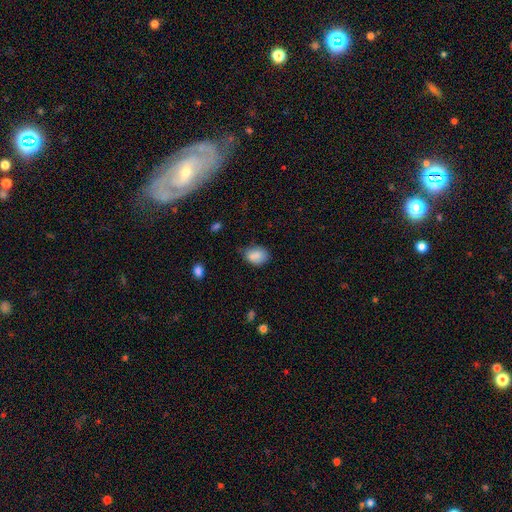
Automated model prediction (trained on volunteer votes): This is clearly a smooth galaxy (86%). How rounded: likely in between (75%). Merging: likely none (61%).